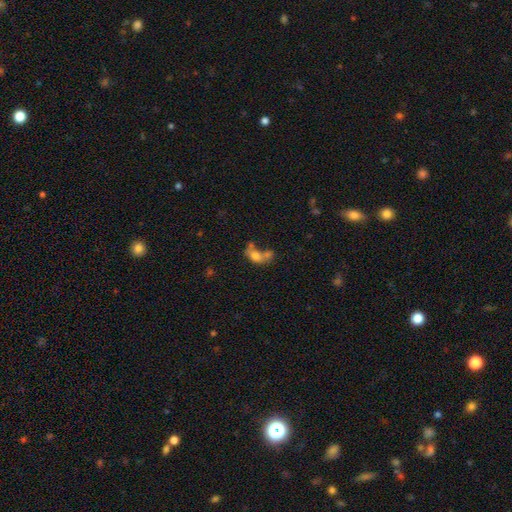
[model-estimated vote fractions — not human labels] The model was most divided on "smooth or featured": smooth: 62%, featured or disk: 24%, star or artifact: 14%. More confident: how rounded — in between (73%); merging — merger (57%).